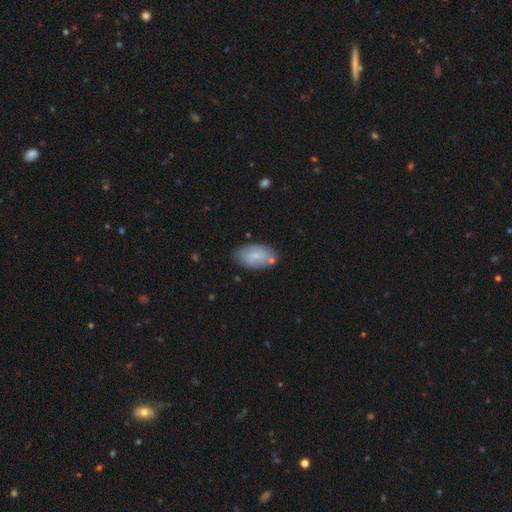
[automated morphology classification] This is likely a smooth galaxy (74%). How rounded: clearly in between (94%). Merging: likely none (74%).